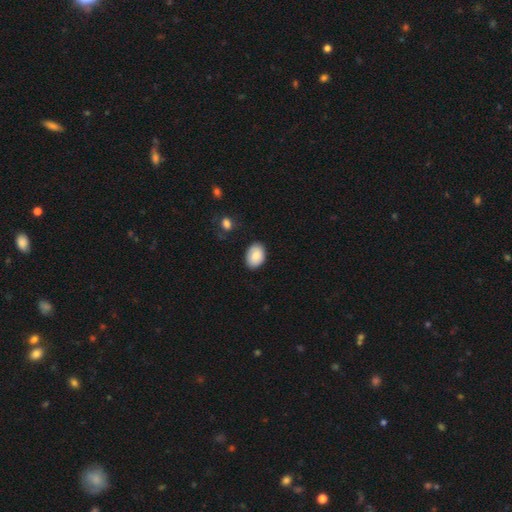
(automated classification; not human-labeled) A smooth galaxy with no disk features (87%) that is in between round and cigar-shaped (83%).

Vote fractions:
- Smooth or featured? smooth: 87% / star or artifact: 7% / featured or disk: 7%
- How rounded? in between: 83% / round: 16% / cigar-shaped: 1%
- Merging? none: 85% / minor disturbance: 11% / major disturbance: 2% / merger: 2%